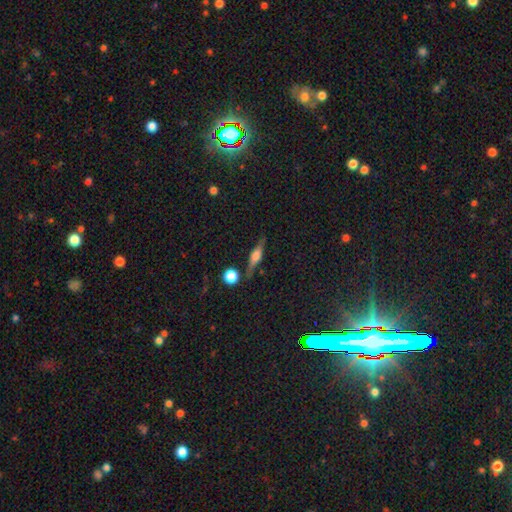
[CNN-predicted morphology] Smooth or featured? featured or disk (61%)
Edge-on disk? yes (95%)
Edge-on bulge? rounded (80%)
Merging? none (80%)